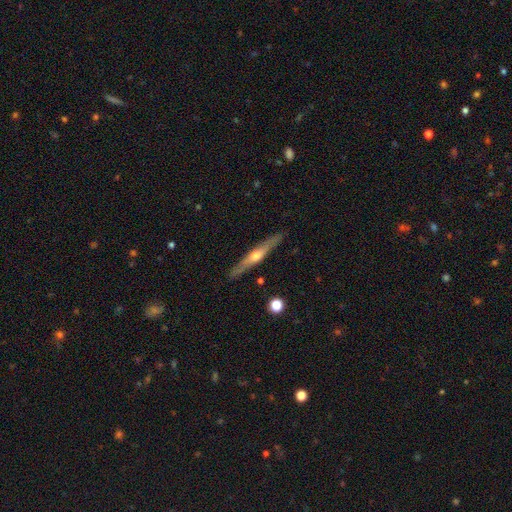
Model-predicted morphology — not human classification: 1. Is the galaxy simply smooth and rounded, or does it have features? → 67% featured or disk, 28% smooth, 6% star or artifact.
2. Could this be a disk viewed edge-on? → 95% yes, 5% no.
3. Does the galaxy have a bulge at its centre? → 86% rounded, 10% none, 4% boxy.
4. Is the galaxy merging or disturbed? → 89% none, 8% minor disturbance, 2% major disturbance, 1% merger.